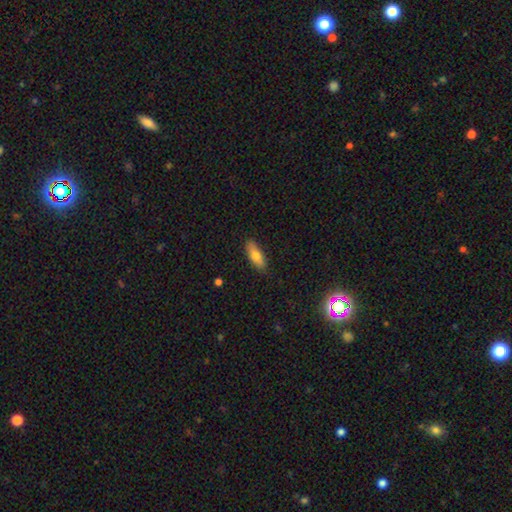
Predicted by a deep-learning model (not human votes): The model was most divided on "how rounded": in between: 64%, cigar-shaped: 34%, round: 2%. More confident: merging — none (86%); smooth or featured — smooth (74%).